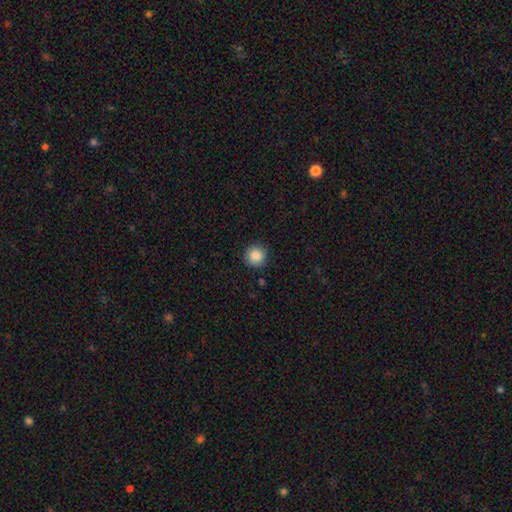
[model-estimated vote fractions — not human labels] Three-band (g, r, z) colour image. It shows a smooth galaxy with no disk features (88%) that is round (95%). Merging: none (89%).